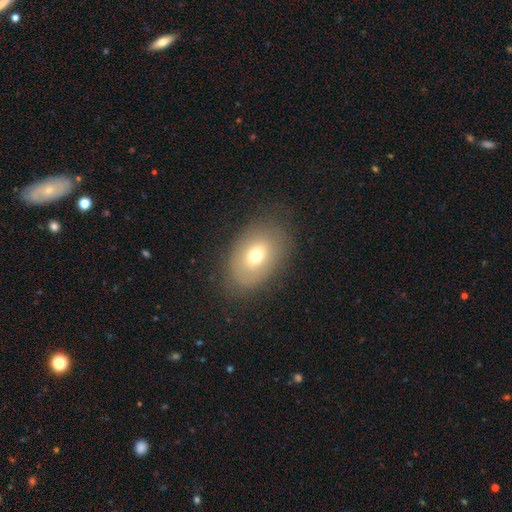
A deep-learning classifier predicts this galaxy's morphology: Smooth or featured?
  - smooth: 65% *
  - featured or disk: 24%
  - star or artifact: 11%
How rounded?
  - in between: 80% *
  - round: 19%
  - cigar-shaped: 1%
Merging?
  - none: 76% *
  - minor disturbance: 16%
  - major disturbance: 7%
  - merger: 1%